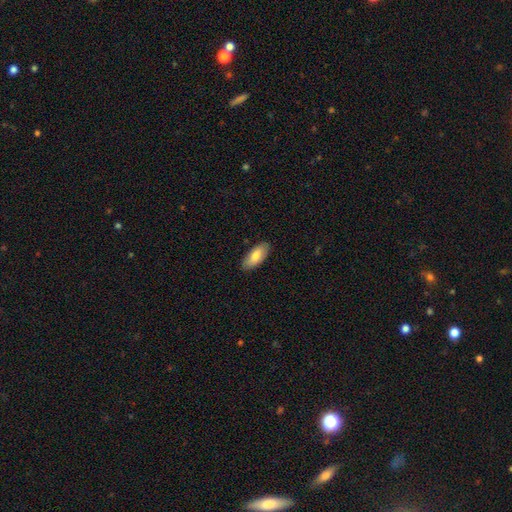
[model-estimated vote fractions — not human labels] Smooth or featured?
  - smooth: 79% *
  - featured or disk: 16%
  - star or artifact: 6%
How rounded?
  - in between: 88% *
  - cigar-shaped: 10%
  - round: 2%
Merging?
  - none: 87% *
  - minor disturbance: 10%
  - major disturbance: 2%
  - merger: 1%